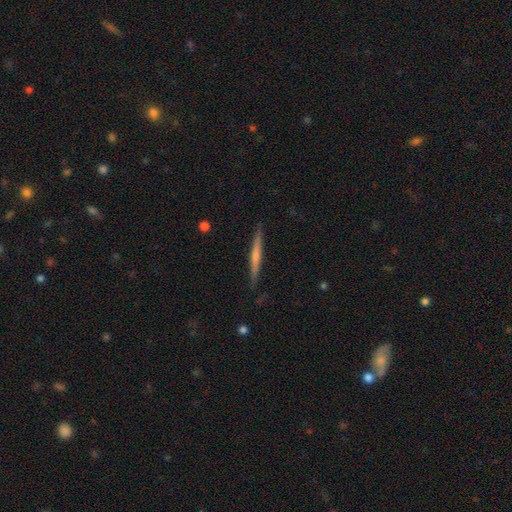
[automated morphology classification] type=featured or disk (52%); edge-on=yes (97%); edge-on bulge=none (59%); merging=none (89%).